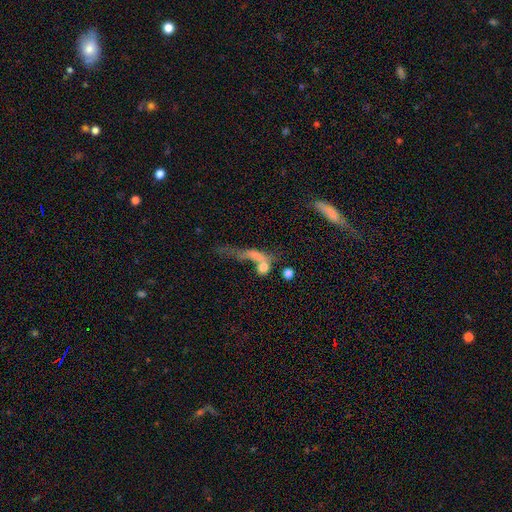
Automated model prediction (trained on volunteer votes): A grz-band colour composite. It shows a smooth galaxy with no disk features (44%). Merging: merger (40%).